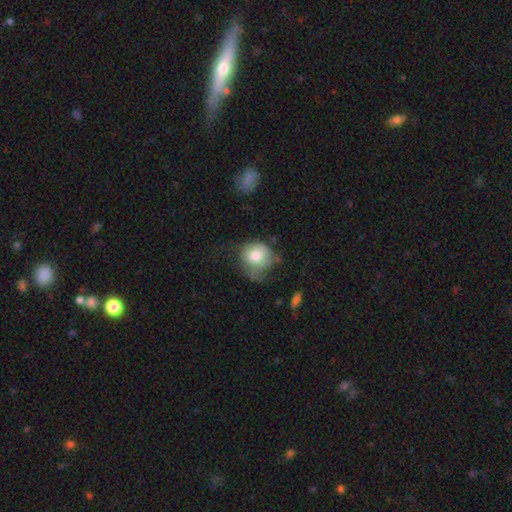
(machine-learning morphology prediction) Overall: smooth (73%). How rounded: round (74%). Merging: minor disturbance (35%; none 32%).